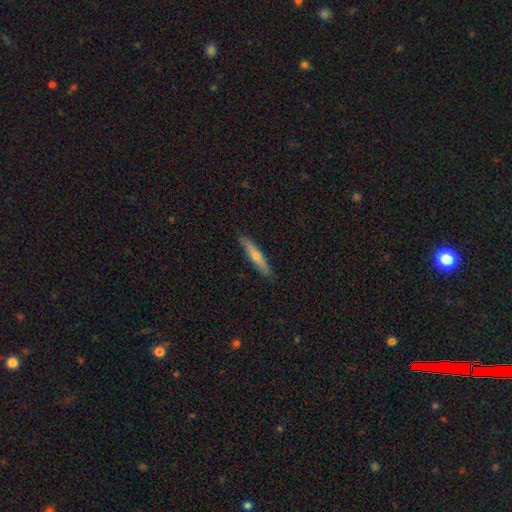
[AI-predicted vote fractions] A featured or disk galaxy (53%) viewed edge-on (93%). Merging: none (90%).